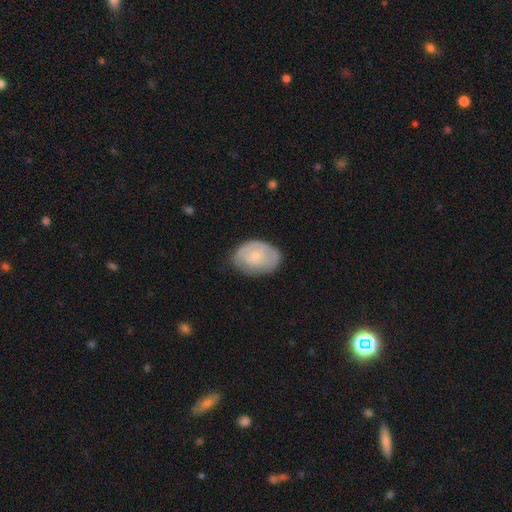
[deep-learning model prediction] Smooth or featured: smooth — 52% (featured or disk — 42%)
How rounded: in between — 79% (round — 20%)
Merging: none — 71% (minor disturbance — 22%)